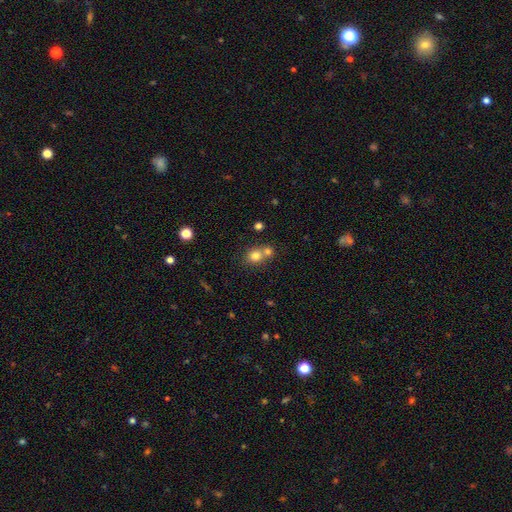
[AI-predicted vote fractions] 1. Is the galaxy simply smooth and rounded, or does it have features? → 78% smooth, 12% star or artifact, 10% featured or disk.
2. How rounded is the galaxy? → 78% round, 21% in between, 1% cigar-shaped.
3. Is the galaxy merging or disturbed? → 46% none, 44% merger, 7% minor disturbance, 3% major disturbance.